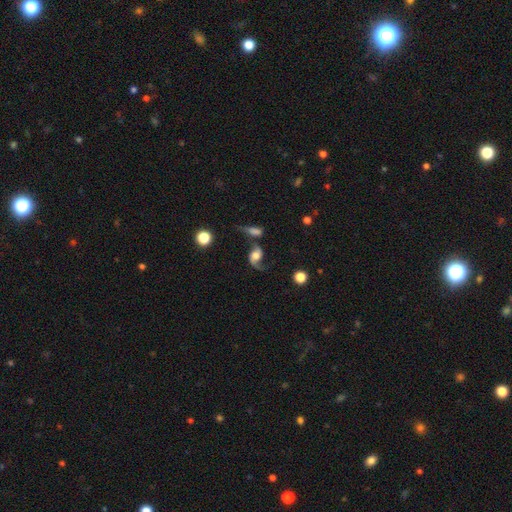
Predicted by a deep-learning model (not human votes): Smooth or featured: featured or disk — 77% (smooth — 15%)
Edge-on disk: no — 96% (yes — 4%)
Bar: no — 62% (weak — 30%)
Spiral arms: yes — 94% (no — 6%)
Spiral winding: loose — 80% (medium — 16%)
Spiral arm count: 2 — 84% (1 — 11%)
Bulge size: moderate — 41% (large — 33%)
Merging: none — 43% (merger — 22%)